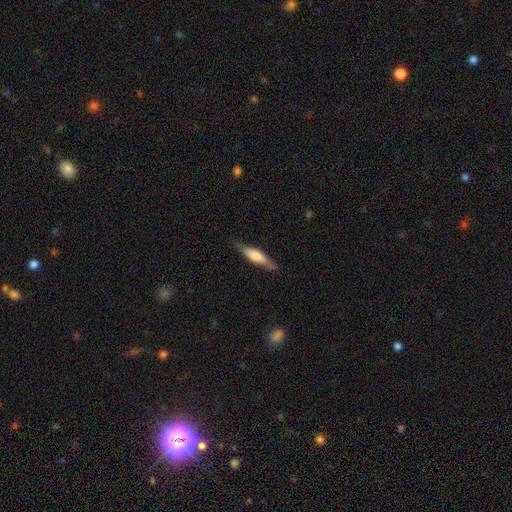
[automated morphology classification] This appears to be a smooth galaxy with no disk features (52%) that is cigar-shaped (77%). Merging: none (82%).